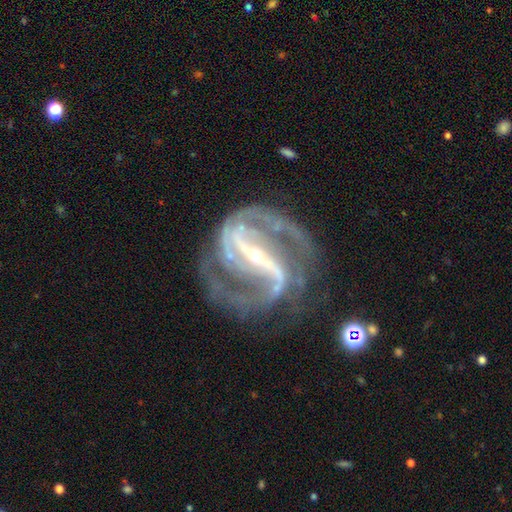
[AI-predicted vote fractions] Morphology: type=featured or disk (92%); edge-on=no (97%); bar=strong (80%); spiral arms=yes (98%); winding=medium (54%); arm count=2 (74%); bulge=small (78%); merging=none (63%).